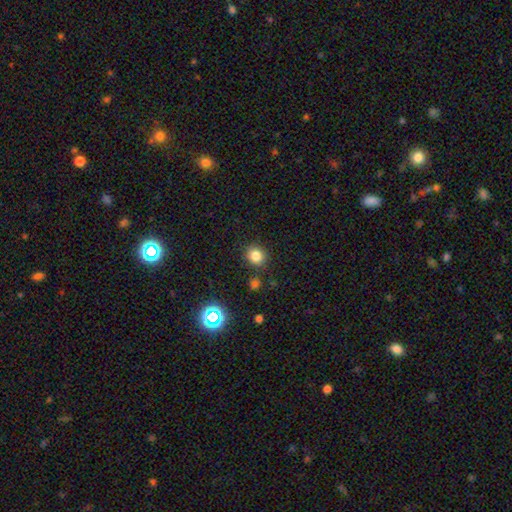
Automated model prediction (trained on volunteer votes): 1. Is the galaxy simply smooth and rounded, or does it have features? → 80% smooth, 14% star or artifact, 6% featured or disk.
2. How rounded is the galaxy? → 80% round, 19% in between, 1% cigar-shaped.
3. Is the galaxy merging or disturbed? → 84% none, 9% minor disturbance, 4% merger, 3% major disturbance.